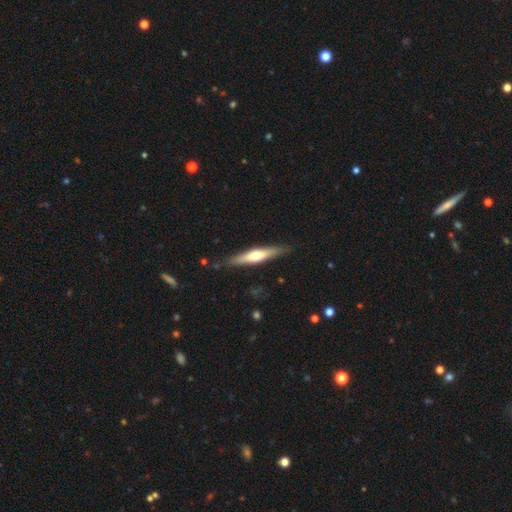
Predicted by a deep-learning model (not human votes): This is possibly a featured or disk galaxy (52%). It is clearly viewed edge-on (93%). Merging: clearly none (87%).